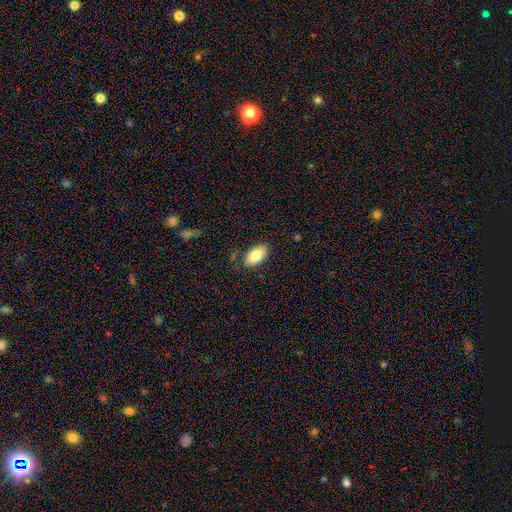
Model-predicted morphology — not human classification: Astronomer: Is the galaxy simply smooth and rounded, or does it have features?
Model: smooth — 84%.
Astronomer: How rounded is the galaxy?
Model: in between — 94%.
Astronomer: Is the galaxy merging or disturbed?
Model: none — 82%.